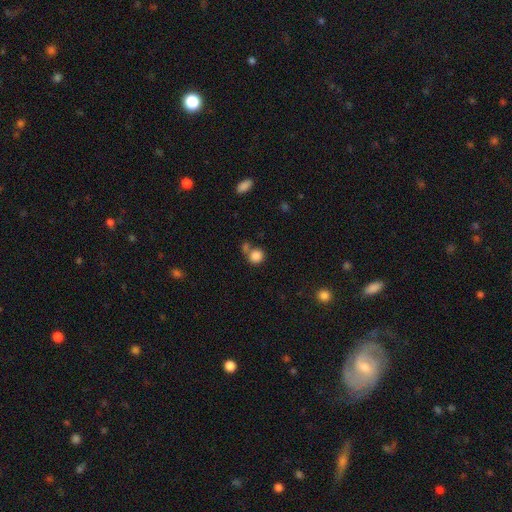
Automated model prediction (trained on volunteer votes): Morphology: type=smooth (85%); roundness=round (87%); merging=none (56%).